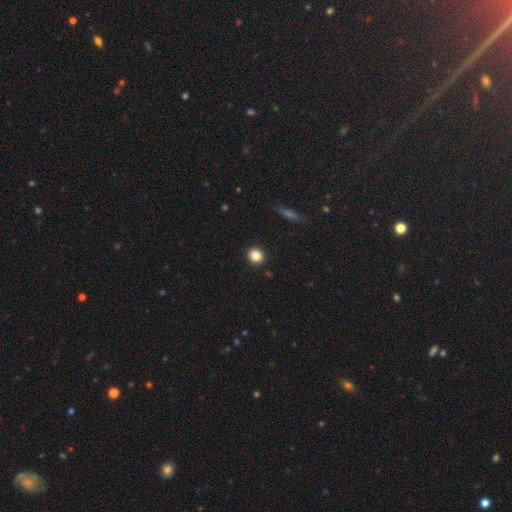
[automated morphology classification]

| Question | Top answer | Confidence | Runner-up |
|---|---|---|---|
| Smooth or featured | smooth | 84% | star or artifact (11%) |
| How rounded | round | 90% | in between (9%) |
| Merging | none | 92% | minor disturbance (5%) |